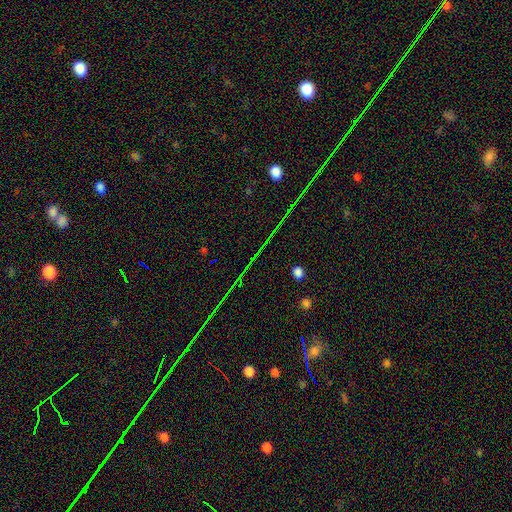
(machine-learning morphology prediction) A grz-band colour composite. It shows a star or artifact, not a galaxy (74%).